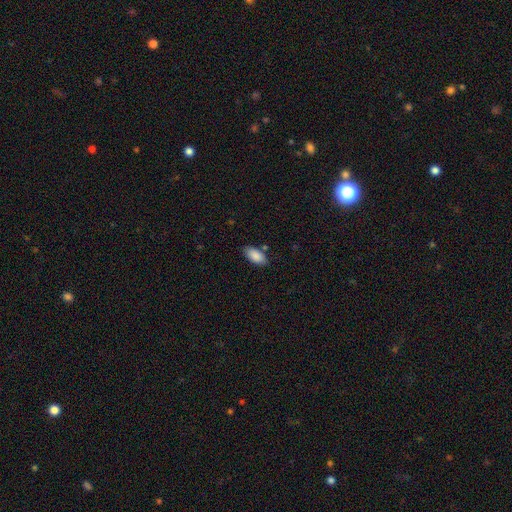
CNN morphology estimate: Smooth or featured? Predicted: smooth (p=0.89). How rounded? Predicted: in between (p=0.93). Merging? Predicted: none (p=0.80).